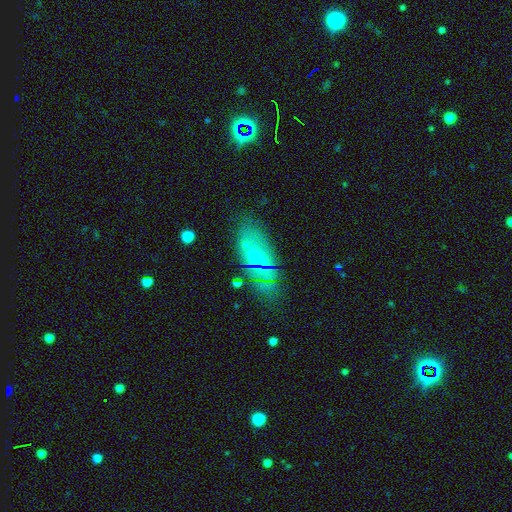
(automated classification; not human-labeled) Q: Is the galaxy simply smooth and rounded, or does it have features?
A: featured or disk — 48%.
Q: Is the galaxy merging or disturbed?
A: none — 69%.